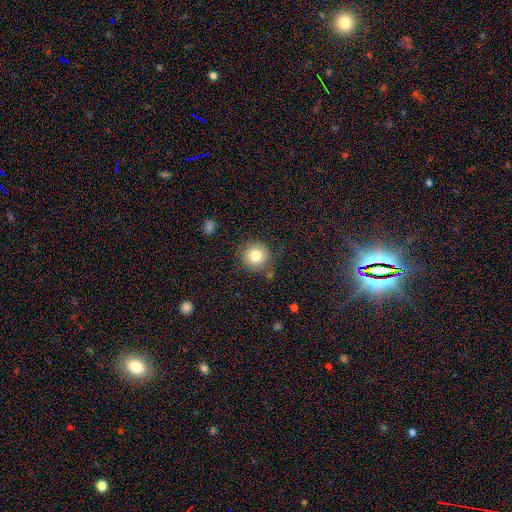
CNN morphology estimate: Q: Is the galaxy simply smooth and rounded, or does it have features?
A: smooth — 81%.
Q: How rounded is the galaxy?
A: round — 94%.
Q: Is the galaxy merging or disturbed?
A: none — 82%.